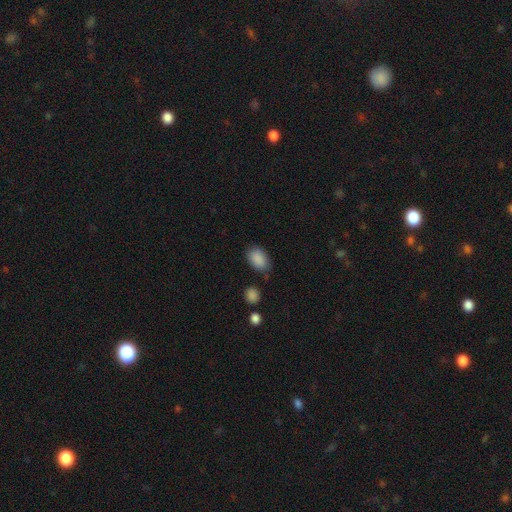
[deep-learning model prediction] Smooth or featured? smooth (88%)
How rounded? in between (88%)
Merging? none (76%)